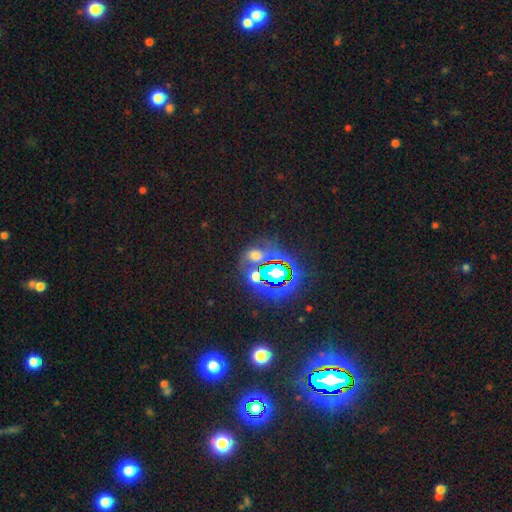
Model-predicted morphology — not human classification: Smooth or featured? Predicted: star or artifact (p=0.51).